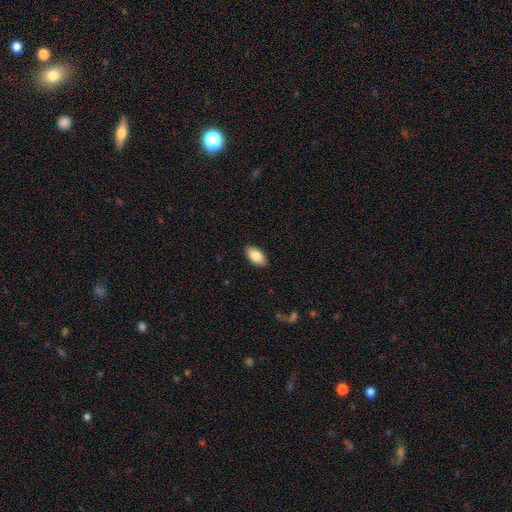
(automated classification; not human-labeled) smooth 85%, featured or disk 9%, star or artifact 6%. Down the decision tree: how rounded — in between (94%); merging — none (88%).